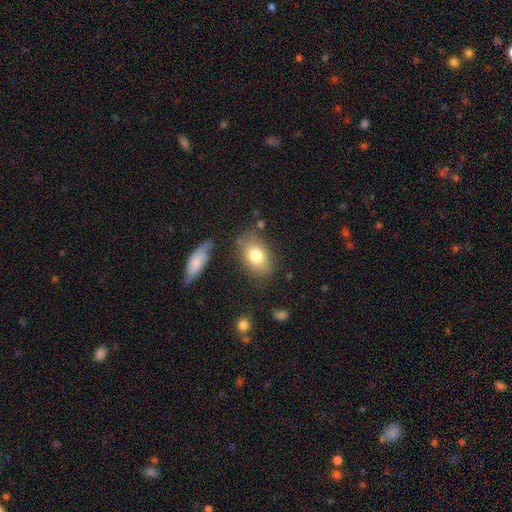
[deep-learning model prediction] A smooth galaxy with no disk features (78%) that is in between round and cigar-shaped (82%). Merging: none (77%).